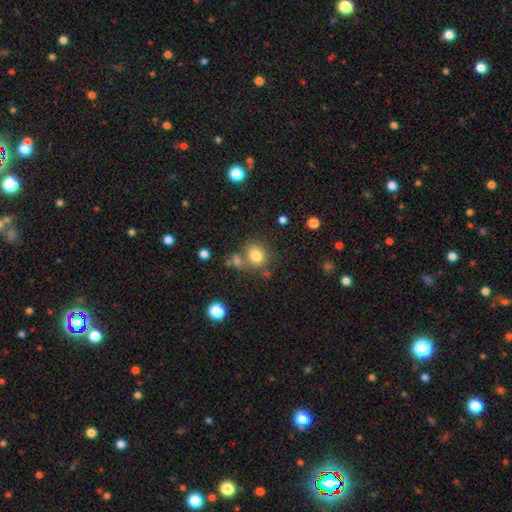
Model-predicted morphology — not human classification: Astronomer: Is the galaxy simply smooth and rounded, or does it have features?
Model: smooth — 79%.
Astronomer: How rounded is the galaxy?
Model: round — 73%.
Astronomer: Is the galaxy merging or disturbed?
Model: none — 63%.